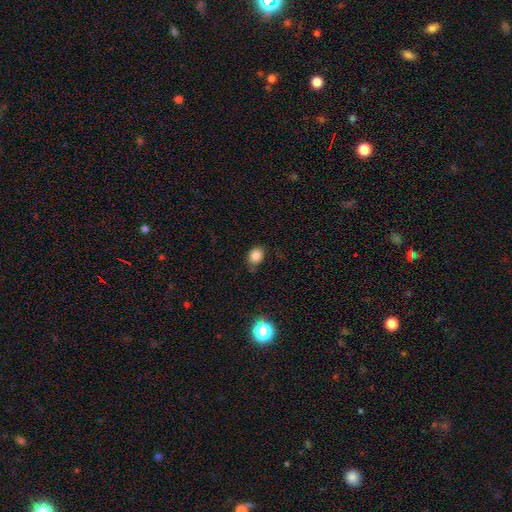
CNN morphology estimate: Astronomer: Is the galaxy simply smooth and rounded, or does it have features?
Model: smooth — 83%.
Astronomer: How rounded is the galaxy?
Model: in between — 53% (runner-up: round, 46%).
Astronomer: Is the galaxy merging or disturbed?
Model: none — 72%.